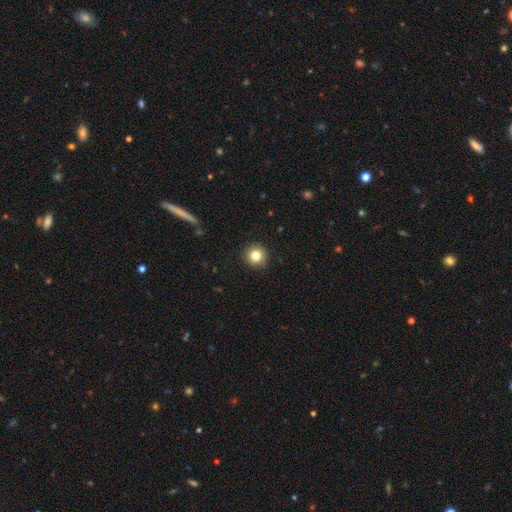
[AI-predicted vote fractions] Smooth or featured: smooth — 81% (star or artifact — 11%)
How rounded: round — 95% (in between — 4%)
Merging: none — 91% (minor disturbance — 6%)